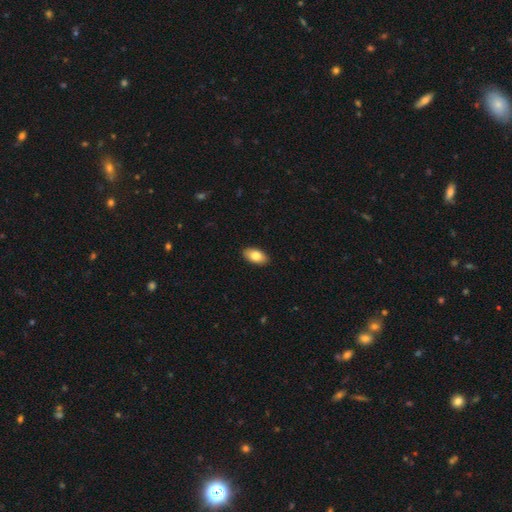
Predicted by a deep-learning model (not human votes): Overall: smooth (81%). How rounded: in between (94%). Merging: none (91%).